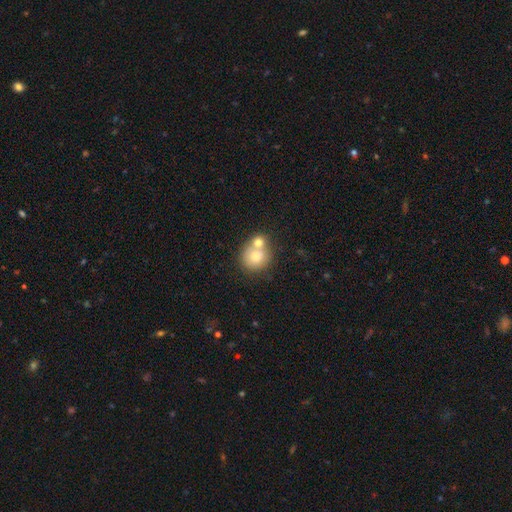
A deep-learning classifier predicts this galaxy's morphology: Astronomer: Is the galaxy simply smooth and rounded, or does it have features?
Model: smooth — 76%.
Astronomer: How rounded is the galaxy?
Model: round — 83%.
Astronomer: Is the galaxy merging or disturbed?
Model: merger — 46% (runner-up: none, 42%).